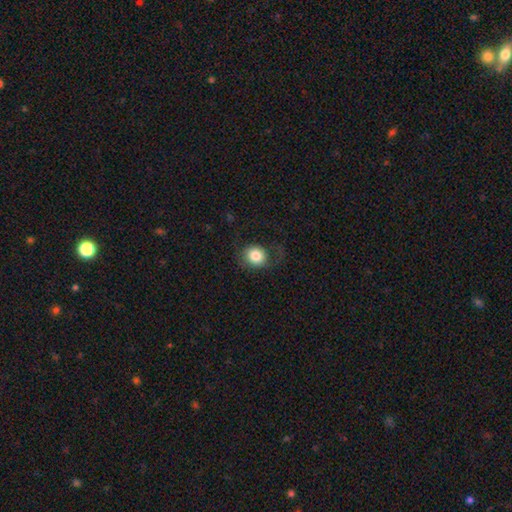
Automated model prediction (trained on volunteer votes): This appears to be a smooth galaxy with no disk features (81%) that is round (78%). Merging: none (69%).